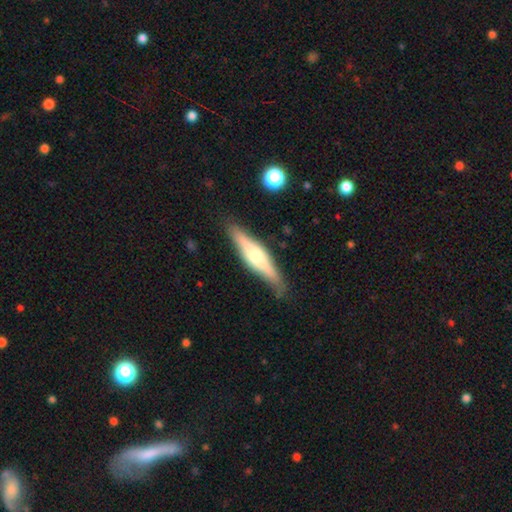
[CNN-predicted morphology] Q: Smooth or featured?
A: featured or disk (61%); runner-up: smooth (34%)
Q: Edge-on disk?
A: yes (94%); runner-up: no (6%)
Q: Edge-on bulge?
A: rounded (79%); runner-up: boxy (14%)
Q: Merging?
A: none (82%); runner-up: minor disturbance (13%)